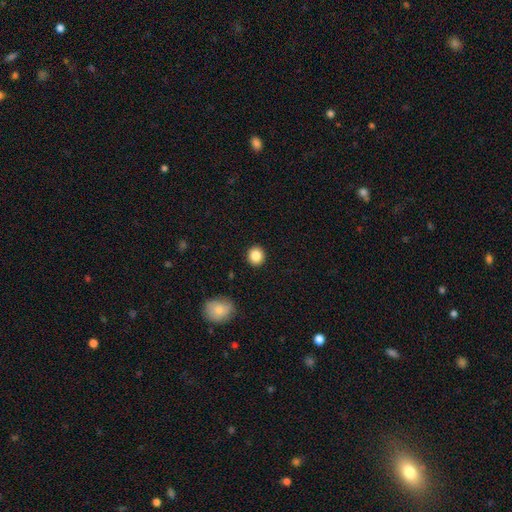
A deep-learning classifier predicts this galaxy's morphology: smooth_or_featured: smooth (p=0.86) [alt: star or artifact p=0.09]
how_rounded: round (p=0.87) [alt: in between p=0.12]
merging: none (p=0.91) [alt: minor disturbance p=0.05]